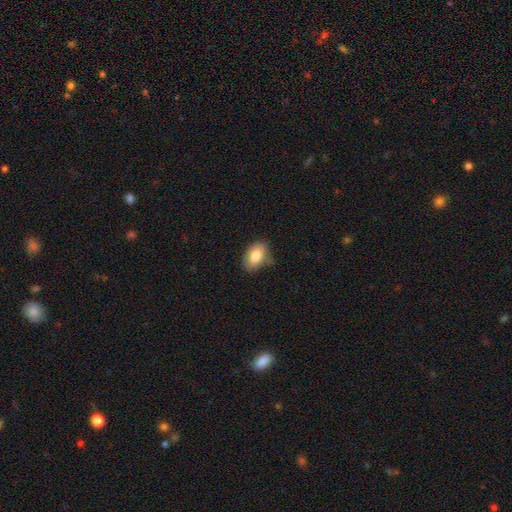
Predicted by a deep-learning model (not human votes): A smooth galaxy with no disk features (81%) that is in between round and cigar-shaped (89%).

Vote fractions:
- Smooth or featured? smooth: 81% / featured or disk: 11% / star or artifact: 7%
- How rounded? in between: 89% / round: 10% / cigar-shaped: 2%
- Merging? none: 66% / minor disturbance: 26% / major disturbance: 5% / merger: 3%